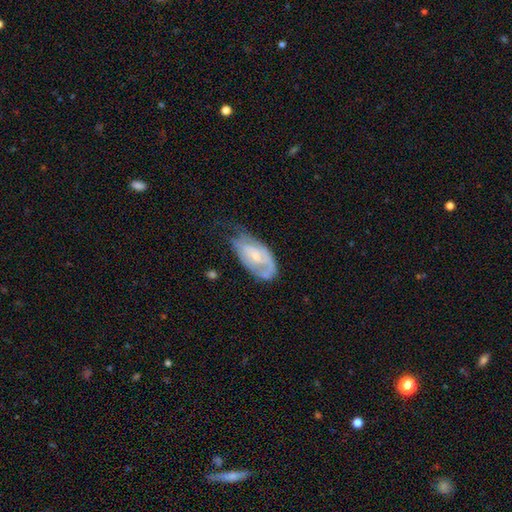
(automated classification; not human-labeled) A featured or disk galaxy (59%) with no bar (64%), spiral arms (65%) and a small central bulge (61%).

Vote fractions:
- Smooth or featured? featured or disk: 59% / smooth: 35% / star or artifact: 6%
- Edge-on disk? no: 93% / yes: 7%
- Bar? no: 64% / weak: 30% / strong: 6%
- Spiral arms? yes: 65% / no: 35%
- Bulge size? small: 61% / moderate: 31% / none: 5% / large: 2% / dominant: 1%
- Merging? minor disturbance: 36% (tied) / none: 36% (tied) / major disturbance: 25% / merger: 3%